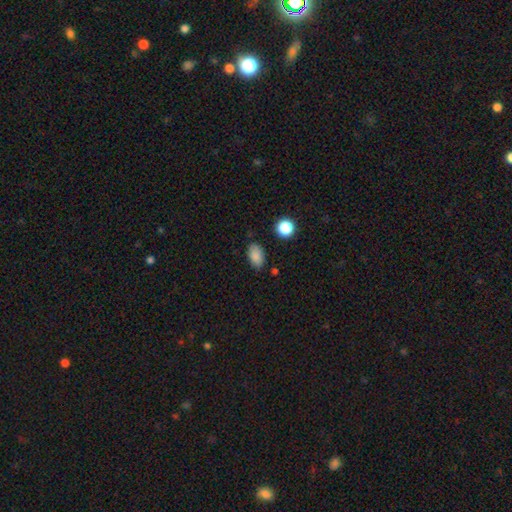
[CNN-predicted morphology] Overall: smooth (85%). How rounded: in between (89%). Merging: none (78%).